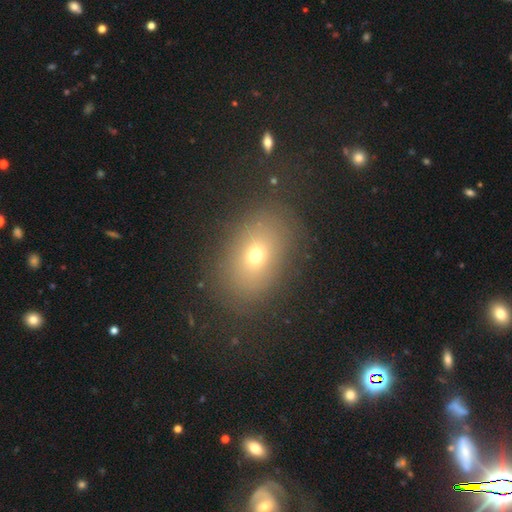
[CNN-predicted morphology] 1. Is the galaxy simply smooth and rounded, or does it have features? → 66% smooth, 18% star or artifact, 16% featured or disk.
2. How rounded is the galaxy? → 72% in between, 27% round, 2% cigar-shaped.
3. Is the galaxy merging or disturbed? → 82% none, 10% minor disturbance, 6% major disturbance, 2% merger.